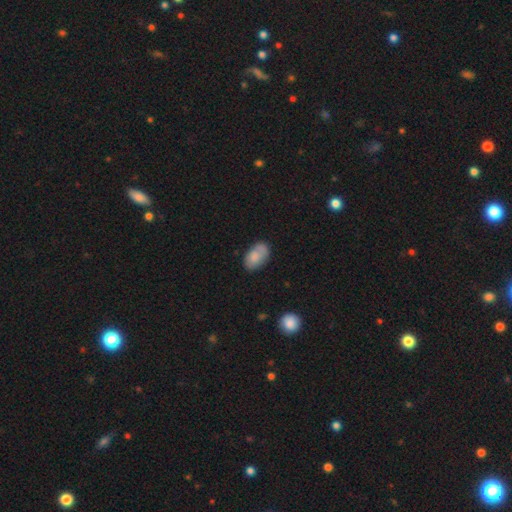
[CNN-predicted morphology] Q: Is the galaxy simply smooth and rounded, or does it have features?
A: smooth — 76%.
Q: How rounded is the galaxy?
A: in between — 92%.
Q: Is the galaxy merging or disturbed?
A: none — 71%.